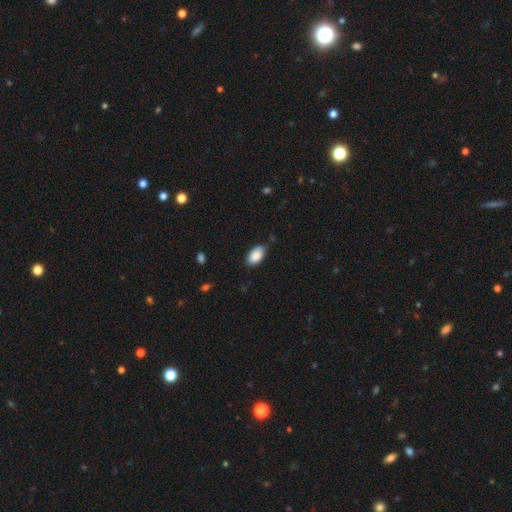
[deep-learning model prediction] Smooth or featured?
  - smooth: 88% *
  - star or artifact: 7%
  - featured or disk: 5%
How rounded?
  - in between: 93% *
  - round: 5%
  - cigar-shaped: 1%
Merging?
  - none: 75% *
  - minor disturbance: 20%
  - major disturbance: 3%
  - merger: 2%